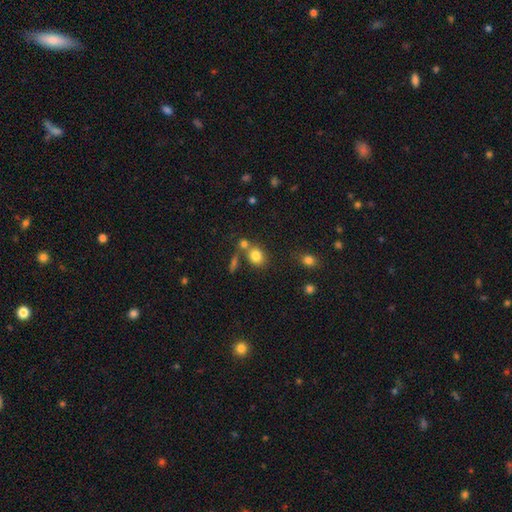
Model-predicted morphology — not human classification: A smooth galaxy with no disk features (81%) that is round (68%).

Vote fractions:
- Smooth or featured? smooth: 81% / star or artifact: 11% / featured or disk: 8%
- How rounded? round: 68% / in between: 30% / cigar-shaped: 1%
- Merging? none: 59% / merger: 26% / minor disturbance: 11% / major disturbance: 5%